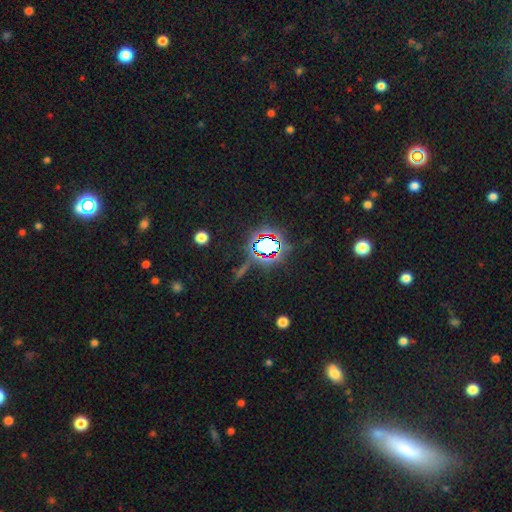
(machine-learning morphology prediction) Q: Smooth or featured?
A: star or artifact (82%); runner-up: smooth (11%)